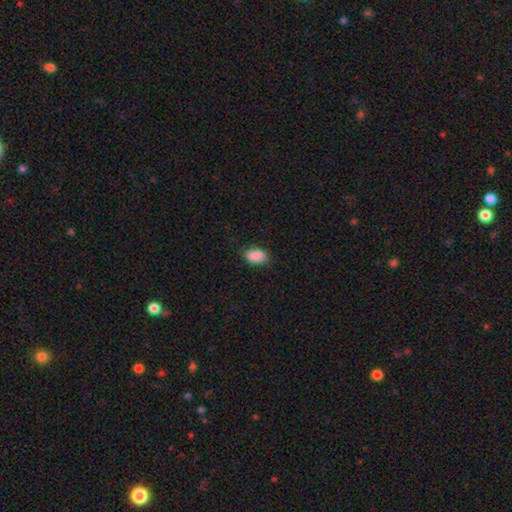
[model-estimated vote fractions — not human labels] This appears to be a smooth galaxy with no disk features (89%) that is in between round and cigar-shaped (90%). Merging: none (82%).